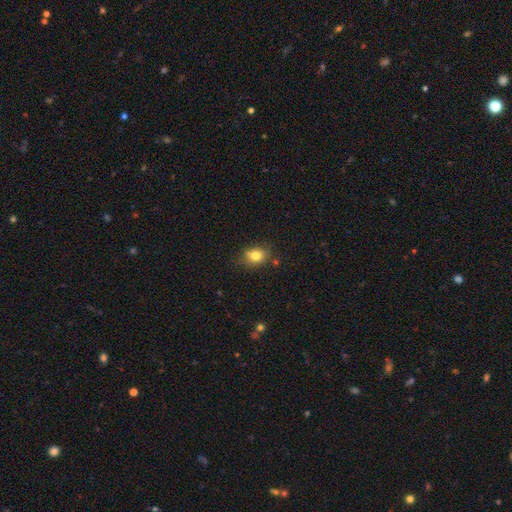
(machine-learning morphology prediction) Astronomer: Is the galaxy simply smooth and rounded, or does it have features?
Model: smooth — 79%.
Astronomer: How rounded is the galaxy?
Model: in between — 58% (runner-up: round, 41%).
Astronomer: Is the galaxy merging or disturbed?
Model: none — 73%.